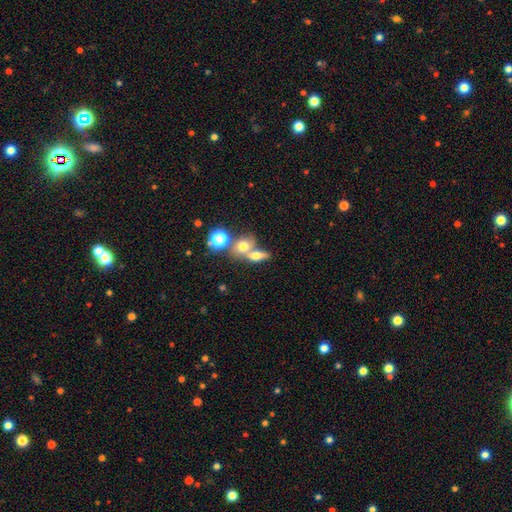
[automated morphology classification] A smooth galaxy with no disk features (63%) that is in between round and cigar-shaped (56%). Merging: merger (54%).